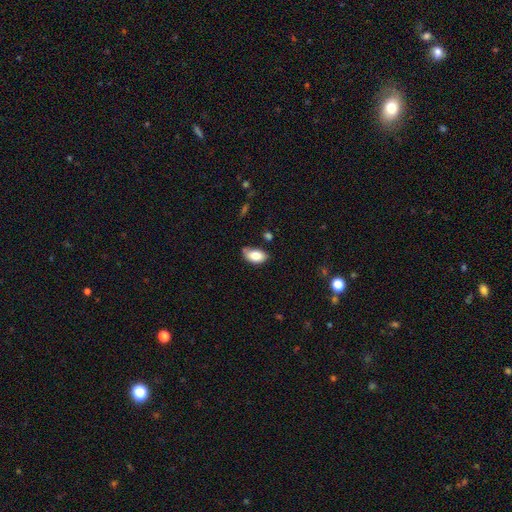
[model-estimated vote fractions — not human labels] smooth-or-featured: smooth: 82% | featured or disk: 11% | star or artifact: 7%
  how-rounded: in between: 93% | round: 6% | cigar-shaped: 2%
  merging: none: 55% | minor disturbance: 33% | major disturbance: 8% | merger: 5%